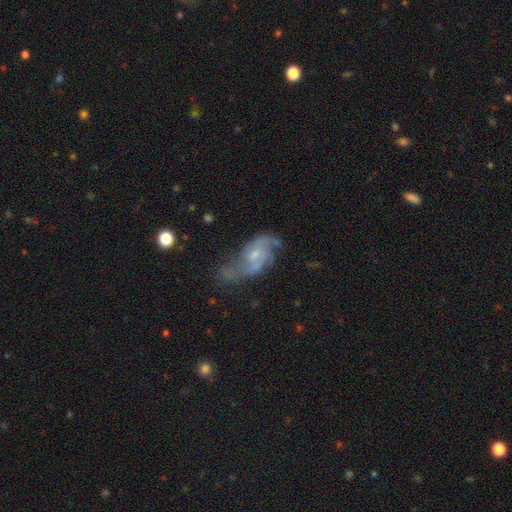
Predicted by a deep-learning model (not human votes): Smooth or featured? Predicted: featured or disk (p=0.81). Edge-on disk? Predicted: no (p=0.96). Bar? Predicted: no (p=0.54). Spiral arms? Predicted: yes (p=0.92). Spiral winding? Predicted: loose (p=0.44). Spiral arm count? Predicted: 2 (p=0.70). Bulge size? Predicted: small (p=0.59). Merging? Predicted: none (p=0.49).